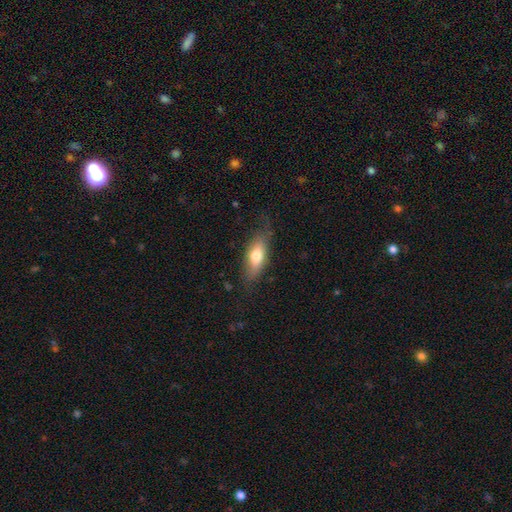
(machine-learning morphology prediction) smooth 69%, featured or disk 24%, star or artifact 6%. Down the decision tree: how rounded — in between (71%); merging — none (70%).